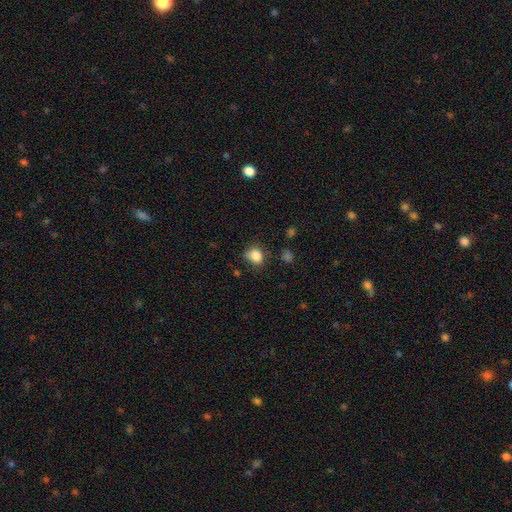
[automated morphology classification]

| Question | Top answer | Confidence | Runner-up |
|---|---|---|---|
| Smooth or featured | smooth | 85% | star or artifact (10%) |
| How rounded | round | 60% | in between (39%) |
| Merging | none | 70% | minor disturbance (22%) |